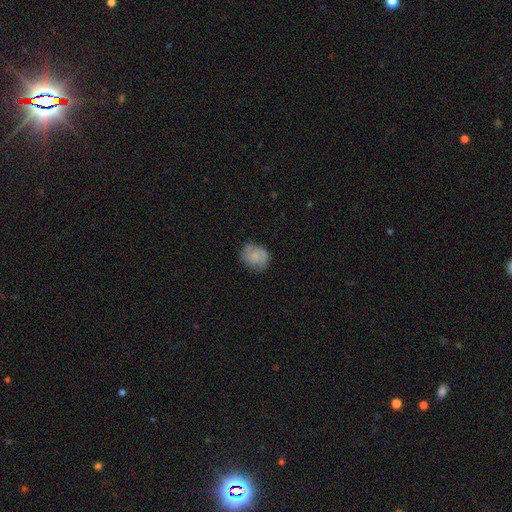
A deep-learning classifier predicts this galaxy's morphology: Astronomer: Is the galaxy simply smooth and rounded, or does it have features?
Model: smooth — 64%.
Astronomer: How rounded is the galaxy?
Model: round — 67%.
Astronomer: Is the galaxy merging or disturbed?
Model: none — 72%.